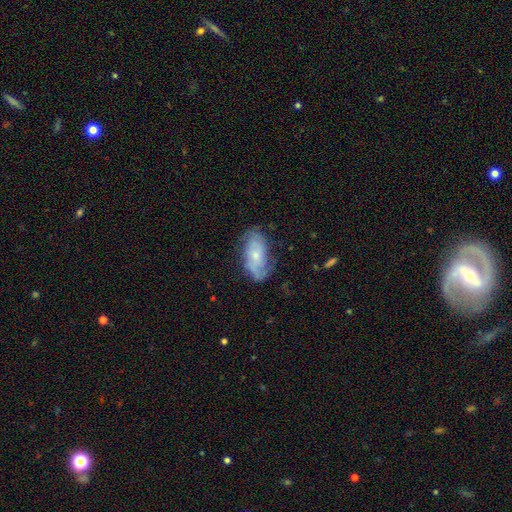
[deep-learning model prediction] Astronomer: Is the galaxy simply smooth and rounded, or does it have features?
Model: featured or disk — 64%.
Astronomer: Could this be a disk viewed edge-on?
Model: no — 94%.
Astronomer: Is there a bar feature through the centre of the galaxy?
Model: no — 72%.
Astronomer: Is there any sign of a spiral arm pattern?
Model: yes — 84%.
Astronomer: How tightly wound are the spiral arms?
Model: tight — 39% (runner-up: medium, 38%).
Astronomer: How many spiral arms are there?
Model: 2 — 57%.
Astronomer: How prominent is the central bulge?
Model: small — 68%.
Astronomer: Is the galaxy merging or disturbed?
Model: none — 65%.